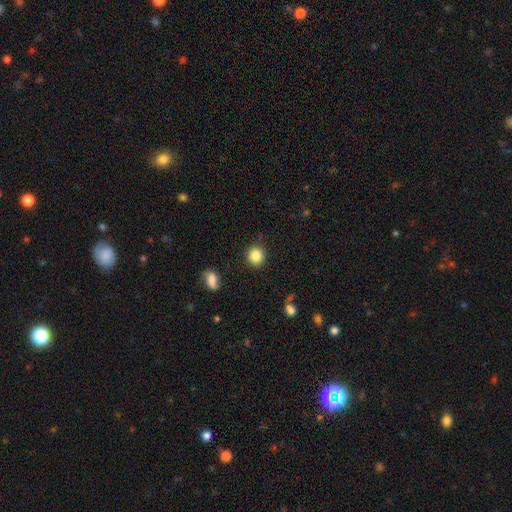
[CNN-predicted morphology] Overall: smooth (85%). How rounded: round (87%). Merging: none (89%).